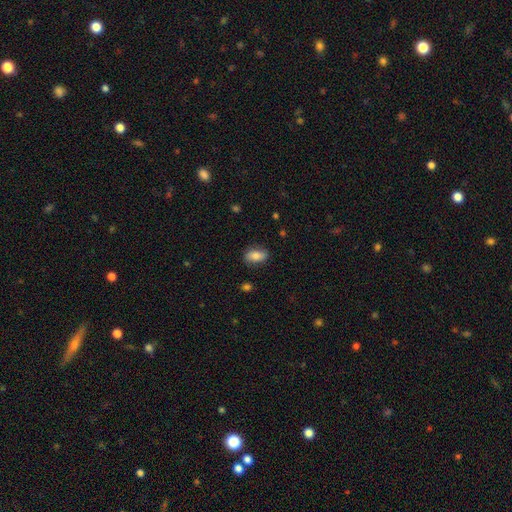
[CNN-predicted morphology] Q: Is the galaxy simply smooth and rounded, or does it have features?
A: smooth — 76%.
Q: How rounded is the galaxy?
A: in between — 88%.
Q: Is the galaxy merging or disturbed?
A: none — 81%.